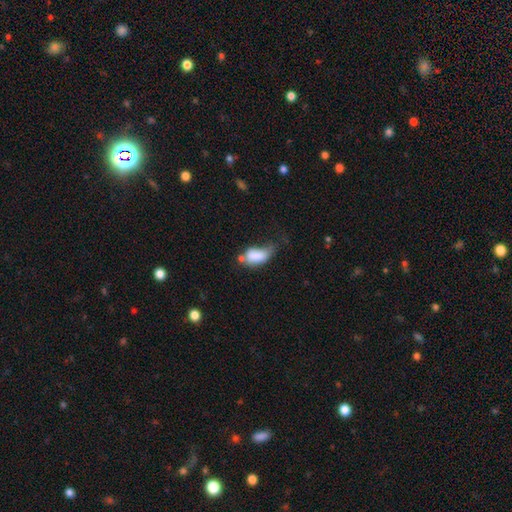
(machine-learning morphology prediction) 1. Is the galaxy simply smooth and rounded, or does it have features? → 76% smooth, 15% featured or disk, 9% star or artifact.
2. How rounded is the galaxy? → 90% in between, 6% round, 4% cigar-shaped.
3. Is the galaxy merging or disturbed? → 36% major disturbance, 27% minor disturbance, 20% none, 17% merger.